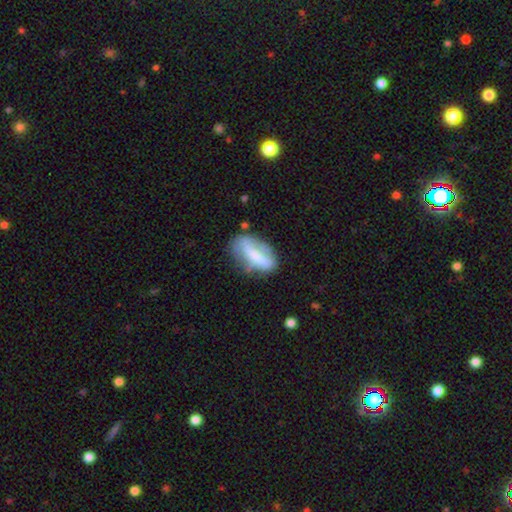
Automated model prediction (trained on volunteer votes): Smooth or featured: smooth — 61% (featured or disk — 31%)
How rounded: in between — 80% (cigar-shaped — 17%)
Merging: none — 52% (minor disturbance — 28%)